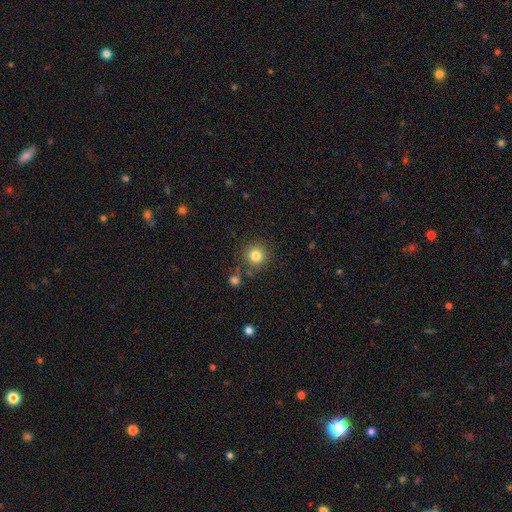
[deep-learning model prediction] Smooth or featured? smooth (81%)
How rounded? round (94%)
Merging? none (83%)